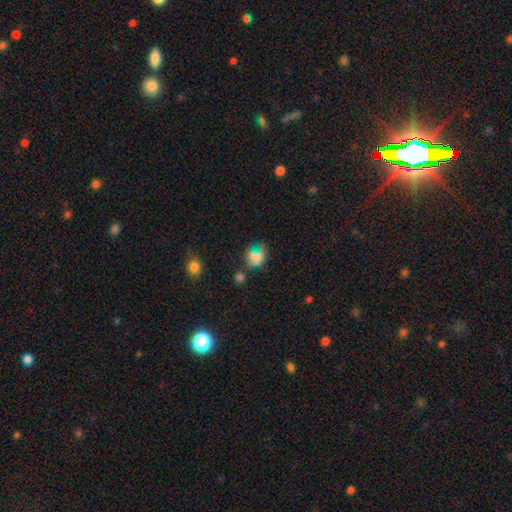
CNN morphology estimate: This appears to be a smooth galaxy with no disk features (59%) that is round (68%). Merging: none (63%).